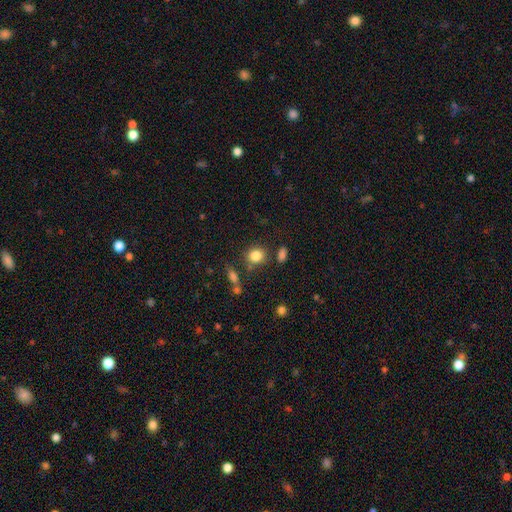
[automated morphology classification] smooth-or-featured: smooth: 83% | star or artifact: 11% | featured or disk: 6%
  how-rounded: round: 71% | in between: 27% | cigar-shaped: 1%
  merging: none: 74% | minor disturbance: 12% | merger: 9% | major disturbance: 5%